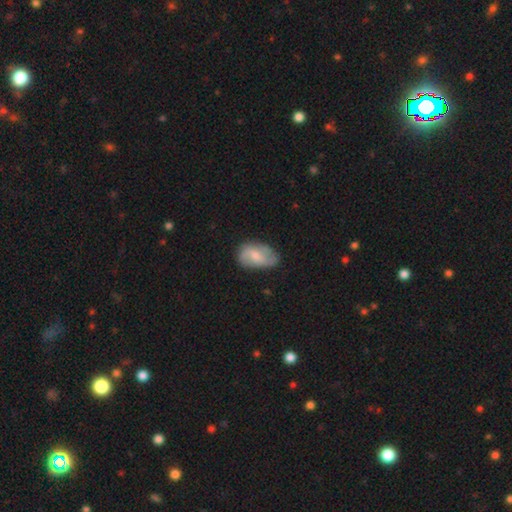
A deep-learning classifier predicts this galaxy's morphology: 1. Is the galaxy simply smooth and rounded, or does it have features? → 47% smooth, 46% featured or disk, 7% star or artifact.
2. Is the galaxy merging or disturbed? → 61% none, 29% minor disturbance, 9% major disturbance, 2% merger.